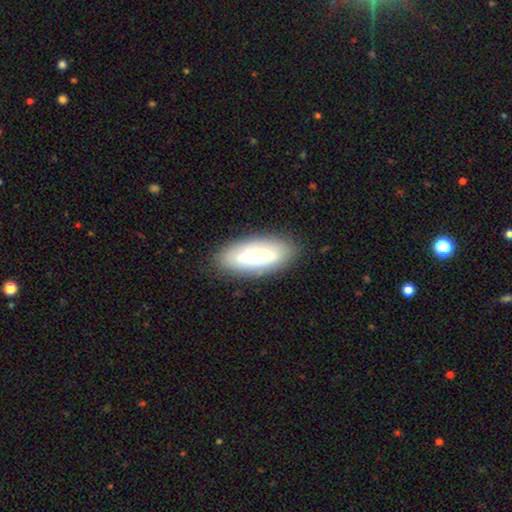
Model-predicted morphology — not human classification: The model was most divided on "smooth or featured": featured or disk: 54%, smooth: 40%, star or artifact: 7%. More confident: edge-on disk — no (89%); merging — none (77%).